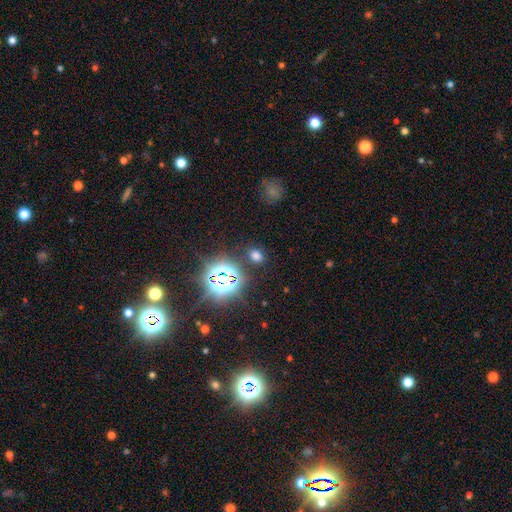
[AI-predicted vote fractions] smooth 58%, star or artifact 36%, featured or disk 6%. Down the decision tree: how rounded — in between (65%); merging — none (82%).